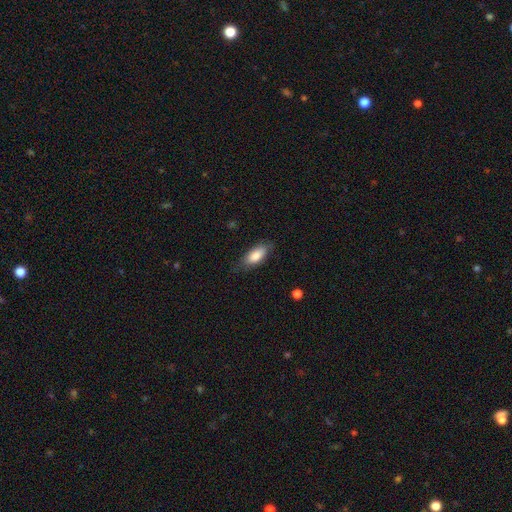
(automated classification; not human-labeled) Smooth or featured: smooth — 82% (featured or disk — 12%)
How rounded: in between — 82% (cigar-shaped — 15%)
Merging: none — 76% (minor disturbance — 19%)